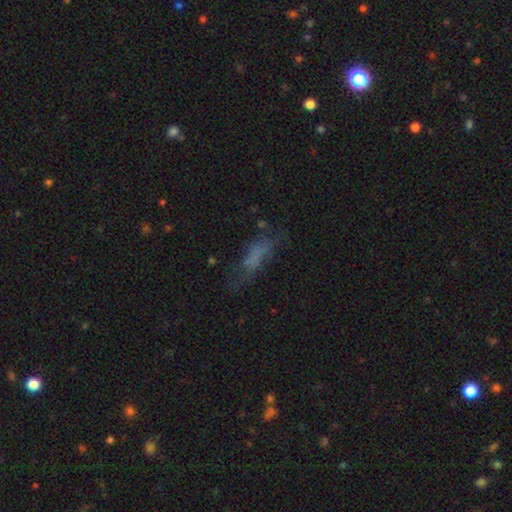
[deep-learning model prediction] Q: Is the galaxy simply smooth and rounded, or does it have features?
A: smooth — 58%.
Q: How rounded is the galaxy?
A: in between — 49%.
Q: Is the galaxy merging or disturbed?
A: none — 48%.